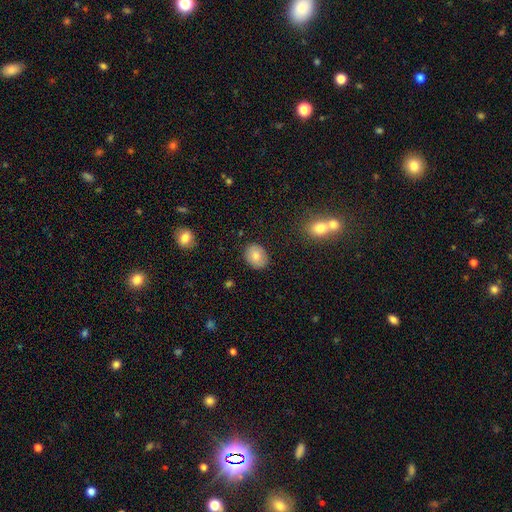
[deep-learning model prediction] smooth_or_featured: smooth (p=0.82) [alt: featured or disk p=0.10]
how_rounded: in between (p=0.57) [alt: round p=0.42]
merging: none (p=0.87) [alt: minor disturbance p=0.10]